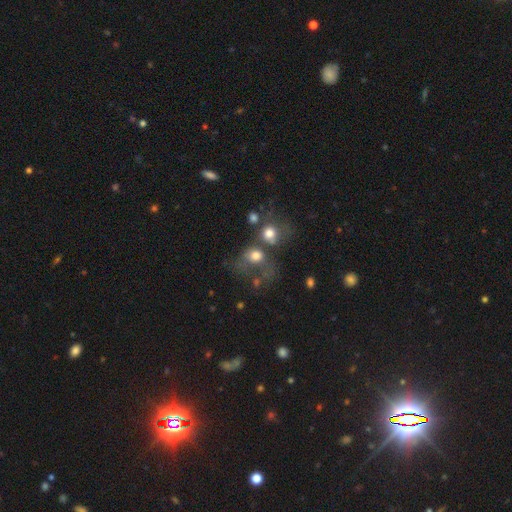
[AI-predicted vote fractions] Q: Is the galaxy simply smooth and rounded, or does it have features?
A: smooth — 69%.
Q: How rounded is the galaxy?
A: round — 65%.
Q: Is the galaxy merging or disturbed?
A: merger — 47%.